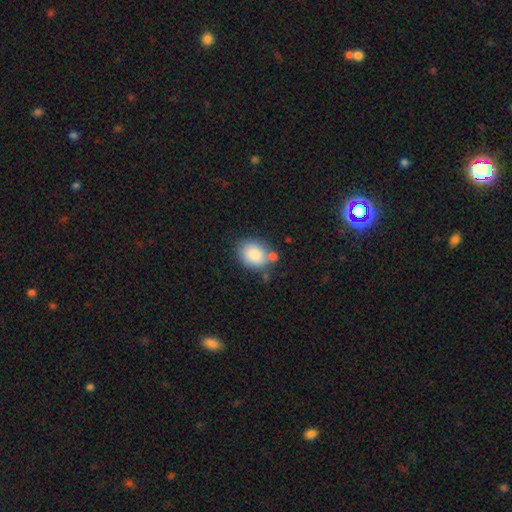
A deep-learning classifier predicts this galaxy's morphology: smooth-or-featured: smooth: 85% | star or artifact: 8% | featured or disk: 7%
  how-rounded: in between: 55% | round: 44% | cigar-shaped: 1%
  merging: none: 59% | minor disturbance: 18% | merger: 17% | major disturbance: 6%